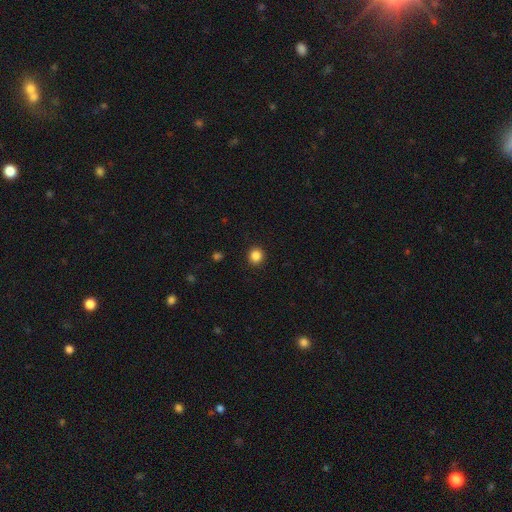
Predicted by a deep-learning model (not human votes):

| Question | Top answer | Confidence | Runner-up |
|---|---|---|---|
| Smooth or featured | smooth | 86% | star or artifact (11%) |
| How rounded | round | 89% | in between (10%) |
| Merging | none | 92% | minor disturbance (5%) |